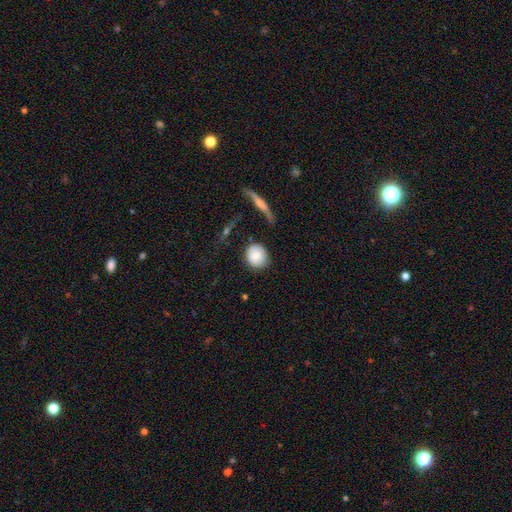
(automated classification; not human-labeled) Overall: smooth (75%). How rounded: round (83%). Merging: none (76%).